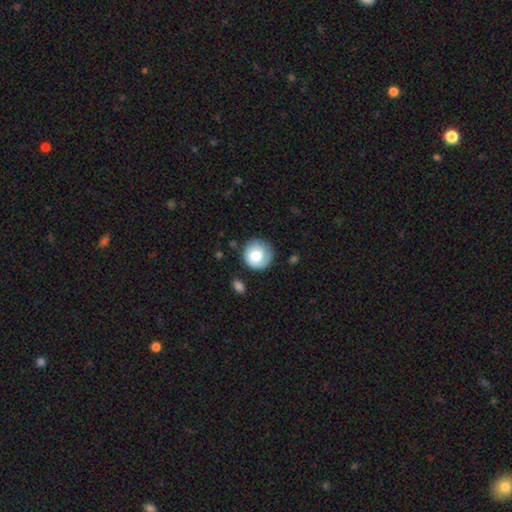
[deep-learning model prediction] smooth-or-featured: smooth: 62% | featured or disk: 32% | star or artifact: 6%
  how-rounded: round: 92% | in between: 7% | cigar-shaped: 1%
  merging: none: 77% | minor disturbance: 16% | major disturbance: 5% | merger: 2%